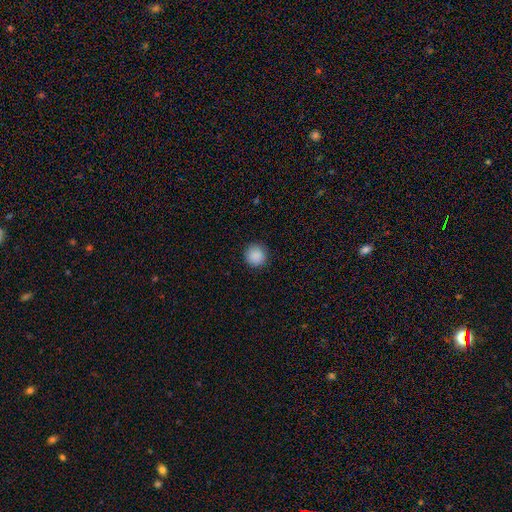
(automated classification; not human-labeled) Overall: smooth (89%). How rounded: round (95%). Merging: none (92%).